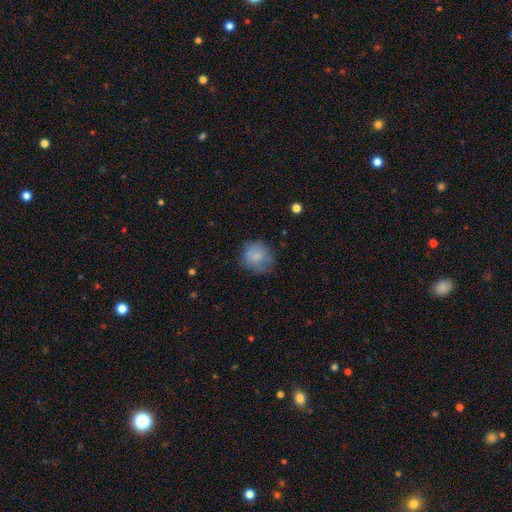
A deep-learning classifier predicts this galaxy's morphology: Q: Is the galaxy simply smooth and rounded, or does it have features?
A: smooth — 81%.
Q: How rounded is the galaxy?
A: round — 84%.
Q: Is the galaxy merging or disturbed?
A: none — 71%.